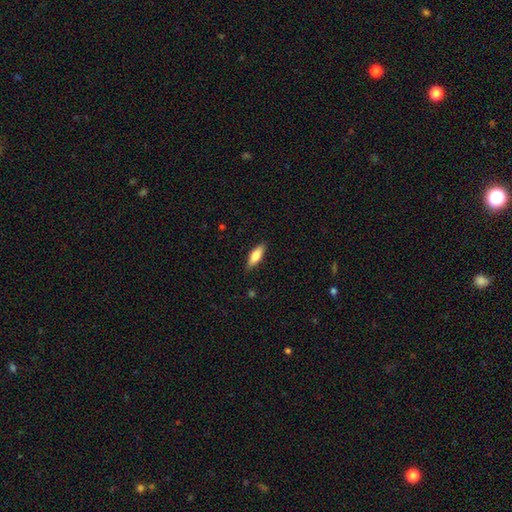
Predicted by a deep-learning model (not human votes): Smooth or featured? Predicted: smooth (p=0.73). How rounded? Predicted: in between (p=0.60). Merging? Predicted: none (p=0.86).